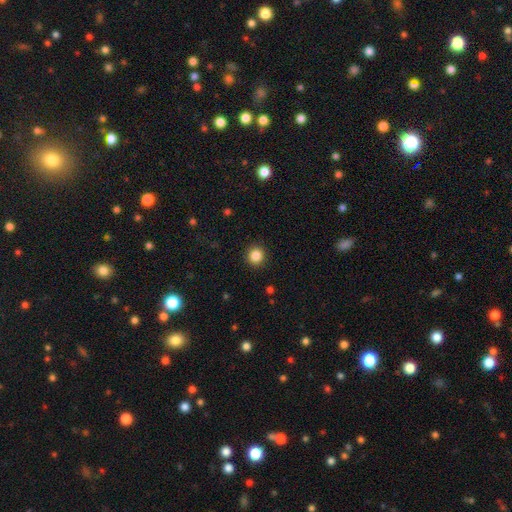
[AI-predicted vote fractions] A smooth galaxy with no disk features (86%) that is round (91%). Merging: none (91%).